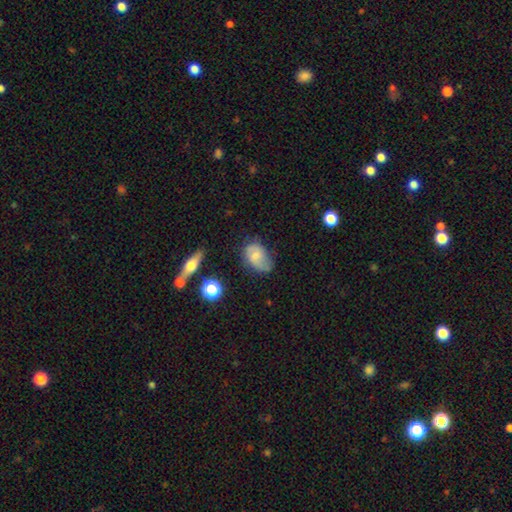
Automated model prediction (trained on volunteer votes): smooth_or_featured: smooth (p=0.60) [alt: featured or disk p=0.31]
how_rounded: in between (p=0.82) [alt: round p=0.16]
merging: none (p=0.50) [alt: minor disturbance p=0.34]